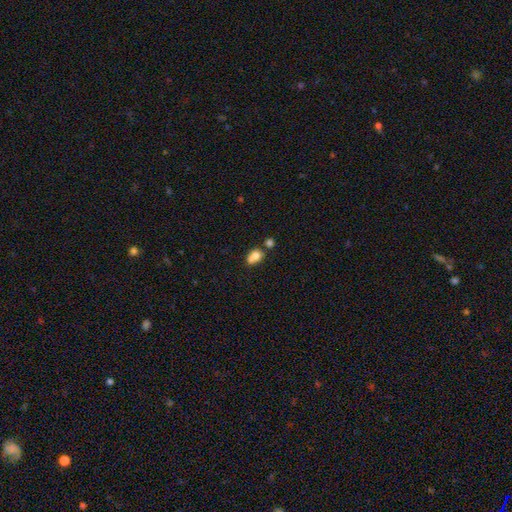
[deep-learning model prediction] Overall: smooth (73%). How rounded: in between (56%; round 42%). Merging: merger (49%; none 33%).